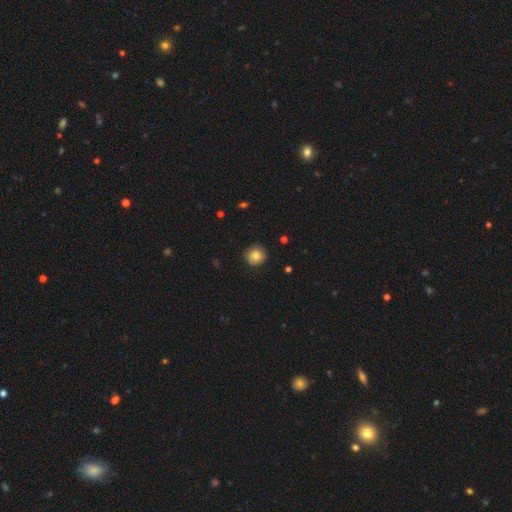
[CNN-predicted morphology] smooth 78%, featured or disk 12%, star or artifact 9%. Down the decision tree: how rounded — round (89%); merging — none (85%).